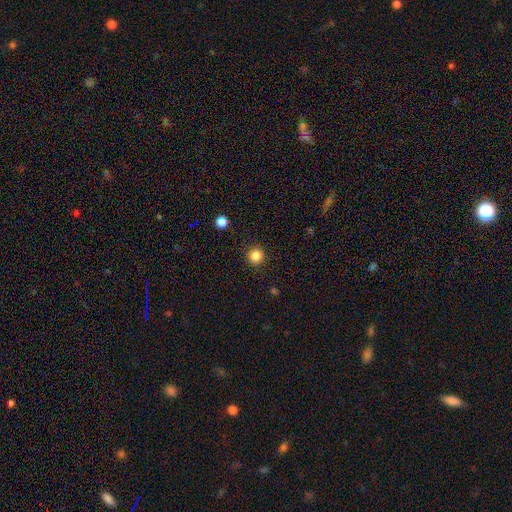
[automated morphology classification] smooth 85%, star or artifact 12%, featured or disk 3%. Down the decision tree: how rounded — round (94%); merging — none (91%).